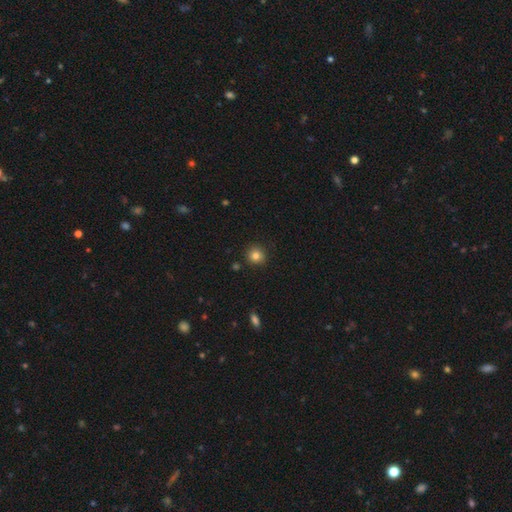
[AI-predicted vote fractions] smooth 83%, star or artifact 11%, featured or disk 6%. Down the decision tree: how rounded — round (91%); merging — none (89%).